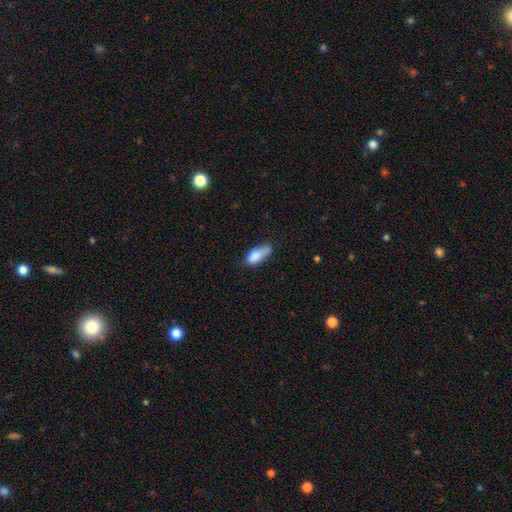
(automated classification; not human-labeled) This is clearly a smooth galaxy (81%). How rounded: clearly in between (80%). Merging: possibly none (45%).